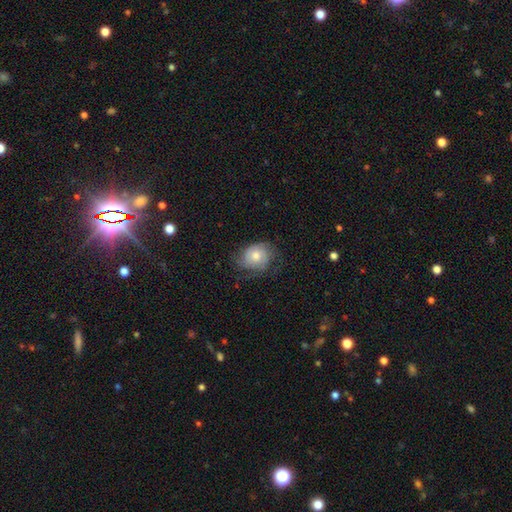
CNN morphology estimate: This appears to be a featured or disk galaxy (47%). Merging: none (58%).